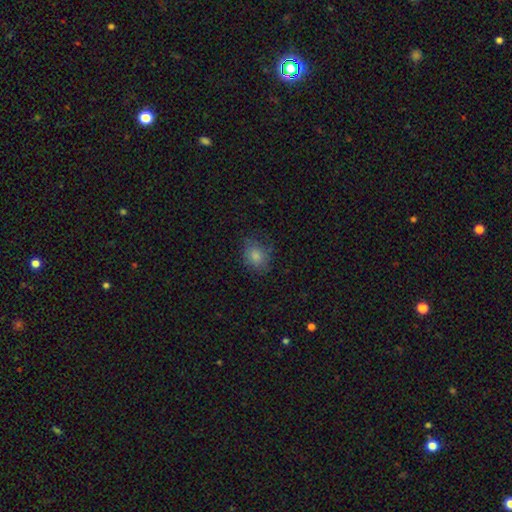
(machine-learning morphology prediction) This appears to be a smooth galaxy with no disk features (81%) that is round (55%). Merging: none (72%).